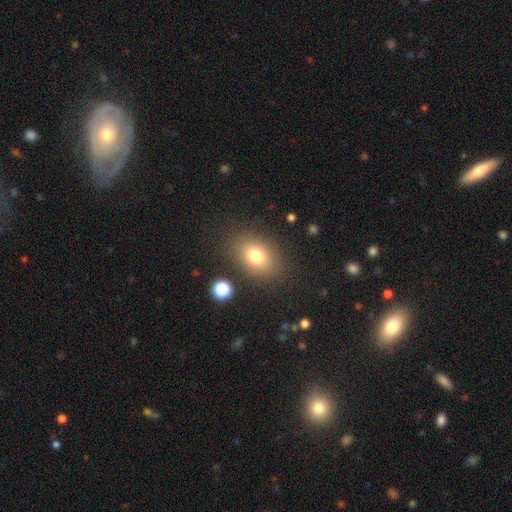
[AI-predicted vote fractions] This appears to be a smooth galaxy with no disk features (77%) that is in between round and cigar-shaped (74%). Merging: none (83%).